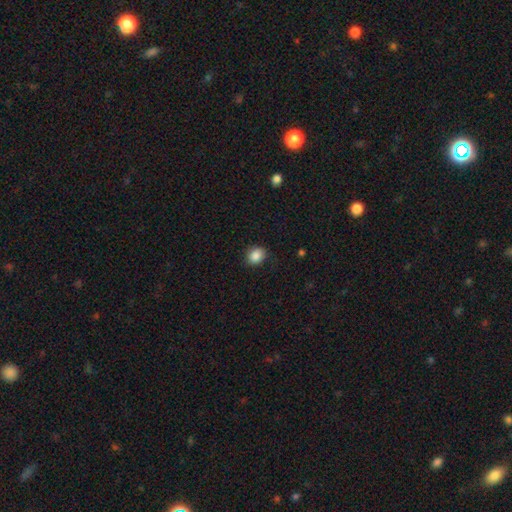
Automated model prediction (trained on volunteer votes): Overall: smooth (86%). How rounded: round (60%; in between 39%). Merging: none (85%).